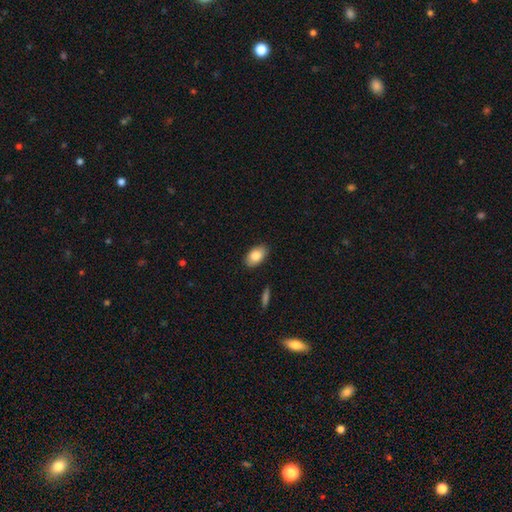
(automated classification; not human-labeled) A smooth galaxy with no disk features (84%) that is in between round and cigar-shaped (92%). Merging: none (88%).